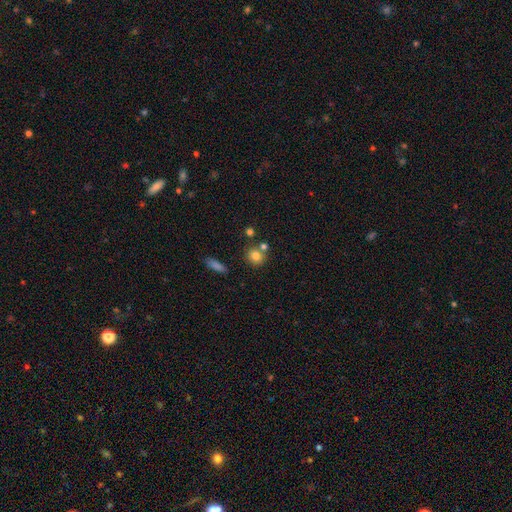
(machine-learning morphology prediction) smooth 79%, star or artifact 11%, featured or disk 10%. Down the decision tree: how rounded — round (85%); merging — none (67%).